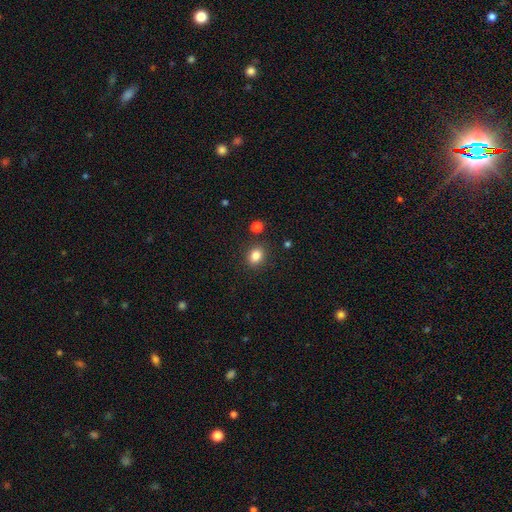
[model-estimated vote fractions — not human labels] Smooth or featured? smooth (84%)
How rounded? in between (52%)
Merging? none (85%)